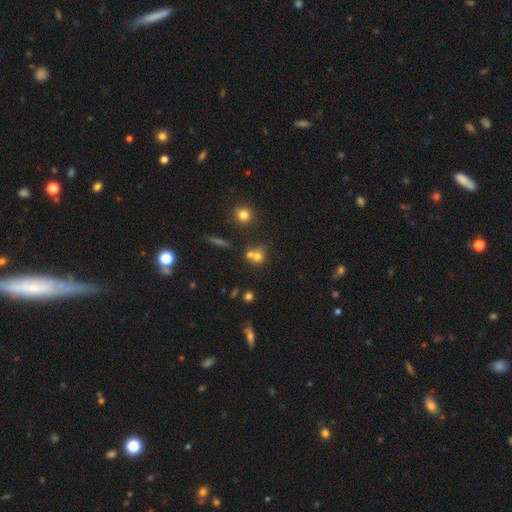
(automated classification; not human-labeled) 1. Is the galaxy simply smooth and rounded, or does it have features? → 67% smooth, 17% featured or disk, 16% star or artifact.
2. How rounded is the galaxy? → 79% round, 19% in between, 2% cigar-shaped.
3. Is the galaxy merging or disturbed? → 49% merger, 39% none, 8% minor disturbance, 4% major disturbance.